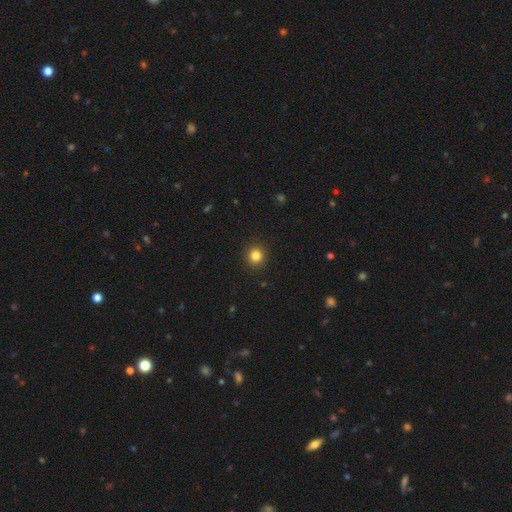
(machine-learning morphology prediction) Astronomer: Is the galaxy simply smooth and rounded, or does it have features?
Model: smooth — 83%.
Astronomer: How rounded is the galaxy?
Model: round — 91%.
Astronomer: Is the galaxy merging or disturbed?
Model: none — 92%.